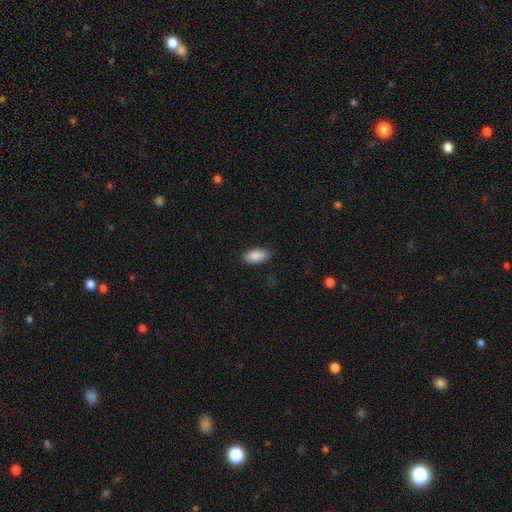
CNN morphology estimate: This appears to be a smooth galaxy with no disk features (87%) that is in between round and cigar-shaped (92%). Merging: none (86%).